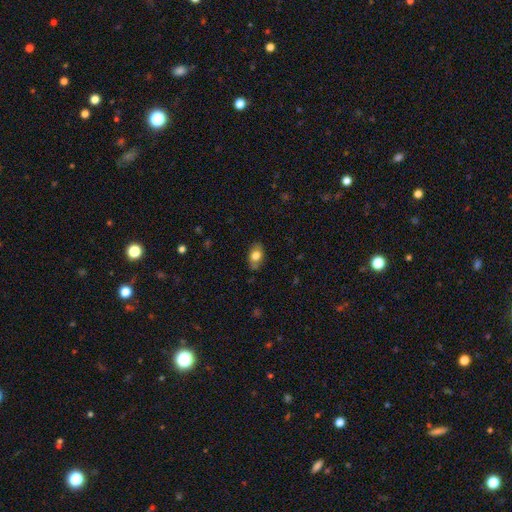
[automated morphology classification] smooth-or-featured: smooth: 74% | featured or disk: 18% | star or artifact: 8%
  how-rounded: in between: 85% | round: 13% | cigar-shaped: 2%
  merging: none: 78% | minor disturbance: 17% | major disturbance: 3% | merger: 1%